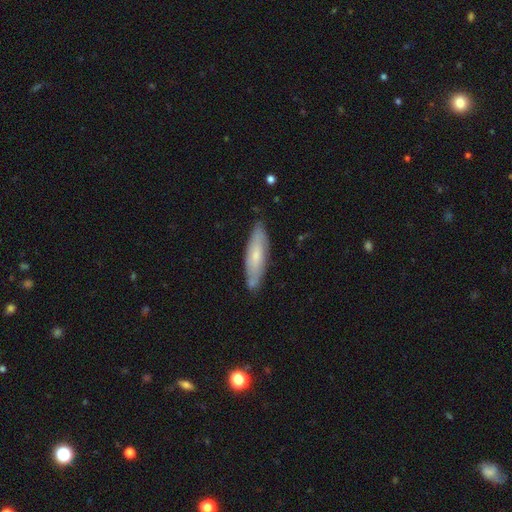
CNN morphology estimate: A smooth galaxy with no disk features (53%) that is cigar-shaped (64%). Merging: none (79%).